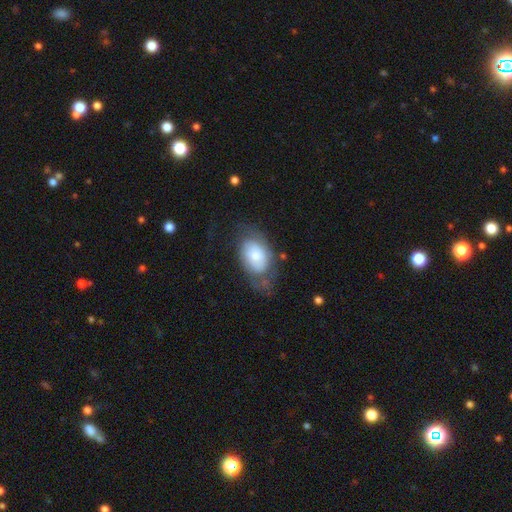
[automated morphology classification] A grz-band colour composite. It shows a smooth galaxy with no disk features (60%) that is in between round and cigar-shaped (87%). Merging: none (48%).